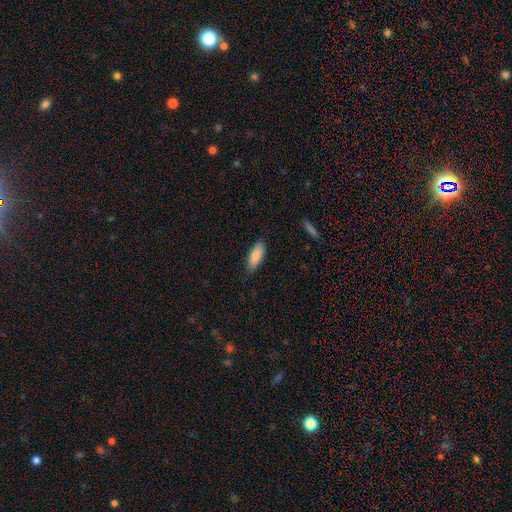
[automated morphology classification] type=smooth (83%); roundness=in between (76%); merging=none (81%).